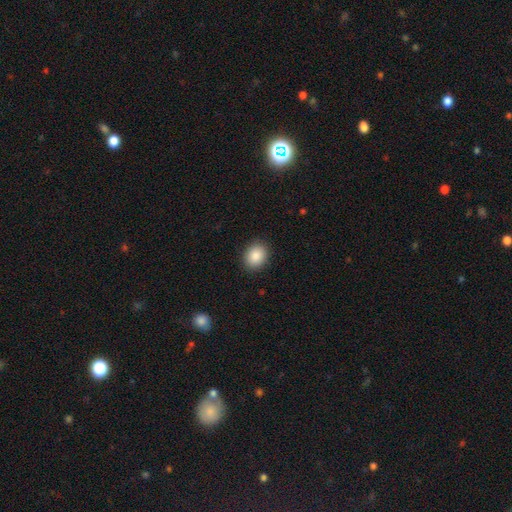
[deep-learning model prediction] Smooth or featured?
  - smooth: 88% *
  - star or artifact: 8%
  - featured or disk: 4%
How rounded?
  - round: 53% *
  - in between: 46%
  - cigar-shaped: 1%
Merging?
  - none: 90% *
  - minor disturbance: 7%
  - major disturbance: 2%
  - merger: 1%